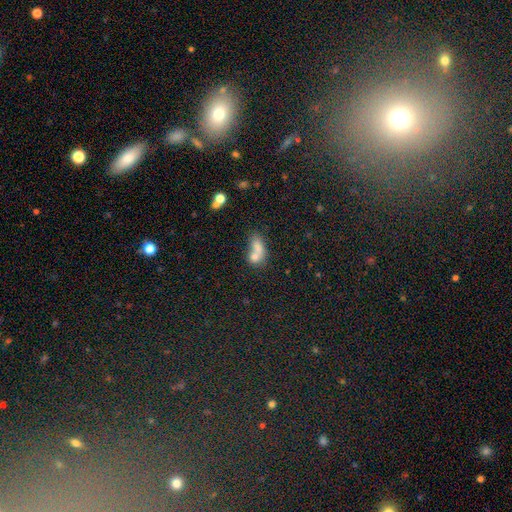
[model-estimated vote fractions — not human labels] Smooth or featured?
  - smooth: 70% *
  - featured or disk: 18%
  - star or artifact: 11%
How rounded?
  - in between: 66% *
  - round: 28%
  - cigar-shaped: 6%
Merging?
  - merger: 62% *
  - none: 22%
  - minor disturbance: 9%
  - major disturbance: 7%